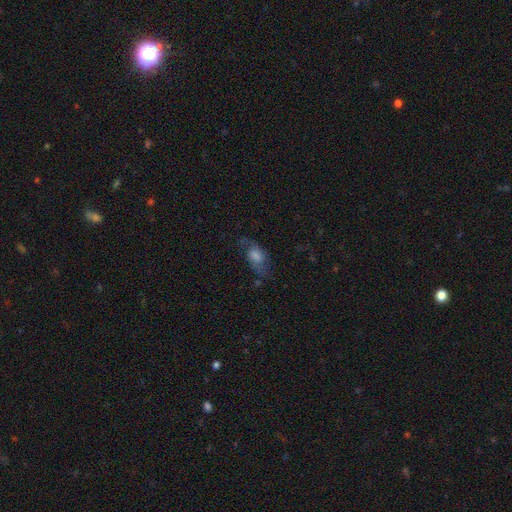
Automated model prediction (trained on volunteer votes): Q: Smooth or featured?
A: featured or disk (54%); runner-up: smooth (32%)
Q: Edge-on disk?
A: no (89%); runner-up: yes (11%)
Q: Merging?
A: none (62%); runner-up: minor disturbance (21%)